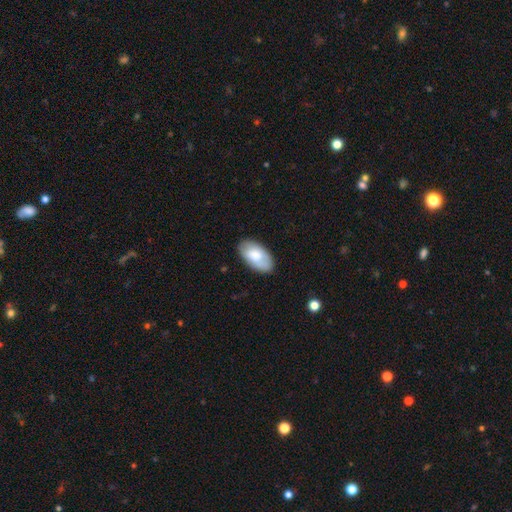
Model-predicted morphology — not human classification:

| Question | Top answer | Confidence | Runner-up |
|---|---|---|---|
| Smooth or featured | smooth | 76% | featured or disk (18%) |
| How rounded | in between | 96% | round (3%) |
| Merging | none | 82% | minor disturbance (14%) |